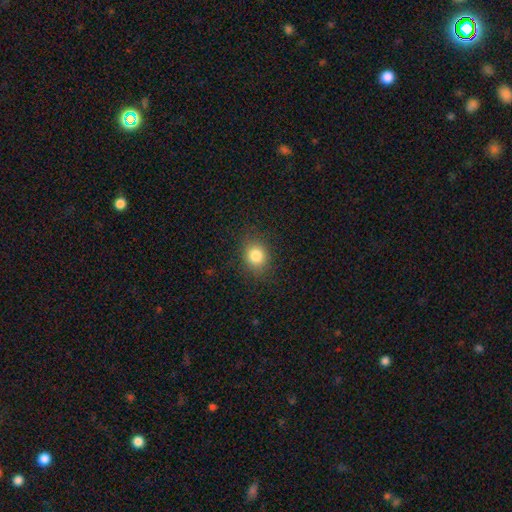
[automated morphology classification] A smooth galaxy with no disk features (83%) that is round (67%). Merging: none (86%).